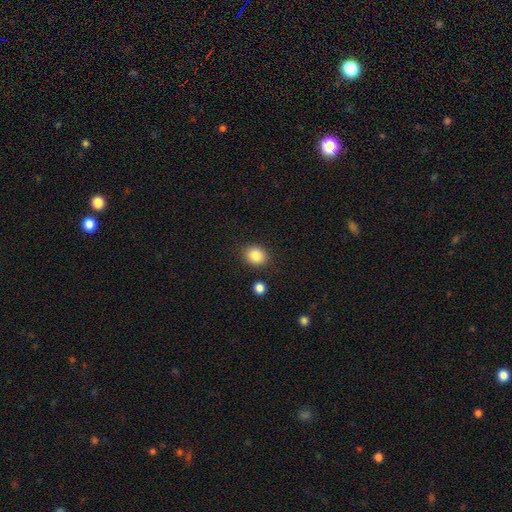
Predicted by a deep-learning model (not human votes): Smooth or featured? Predicted: smooth (p=0.86). How rounded? Predicted: round (p=0.69). Merging? Predicted: none (p=0.86).